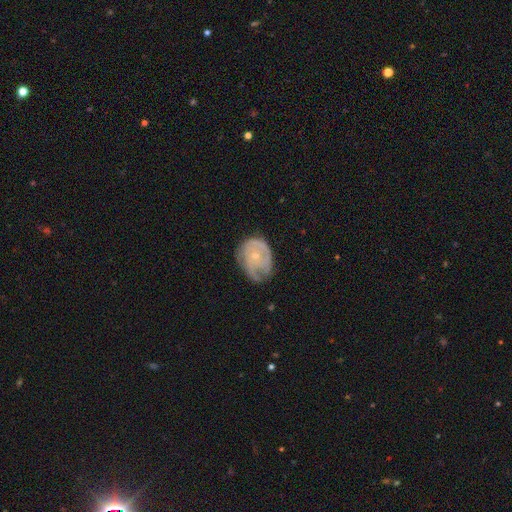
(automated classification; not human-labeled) smooth-or-featured: featured or disk: 69% | smooth: 24% | star or artifact: 7%
  disk-edge-on: no: 97% | yes: 3%
    bar: no: 82% | weak: 15% | strong: 3%
    has-spiral-arms: yes: 80% | no: 20%
      spiral-winding: tight: 55% | medium: 32% | loose: 13%
      spiral-arm-count: can't tell: 37% | 2: 25% | 3: 18% | 1: 12% | 4: 5% | more than 4: 3%
    bulge-size: small: 70% | moderate: 26% | none: 2% | large: 1% | dominant: 1%
  merging: none: 49% | minor disturbance: 32% | major disturbance: 18% | merger: 2%